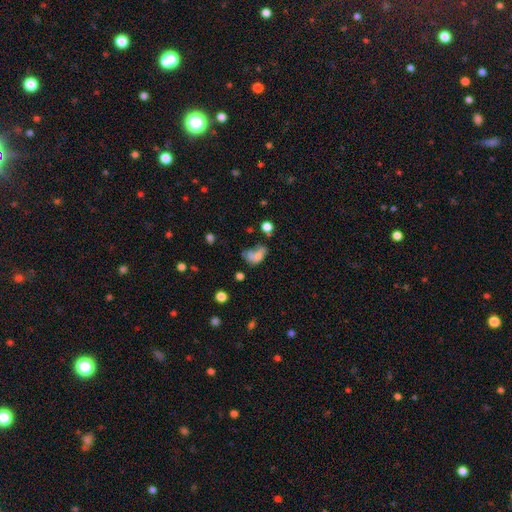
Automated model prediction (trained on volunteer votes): Smooth or featured?
  - smooth: 54% *
  - featured or disk: 30%
  - star or artifact: 16%
How rounded?
  - in between: 80% *
  - round: 17%
  - cigar-shaped: 3%
Merging?
  - major disturbance: 33% *
  - merger: 28%
  - none: 20%
  - minor disturbance: 19%